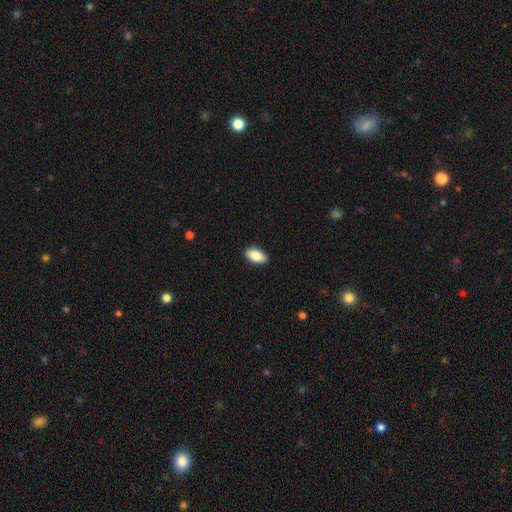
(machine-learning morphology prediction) Smooth or featured? Predicted: smooth (p=0.85). How rounded? Predicted: in between (p=0.92). Merging? Predicted: none (p=0.90).